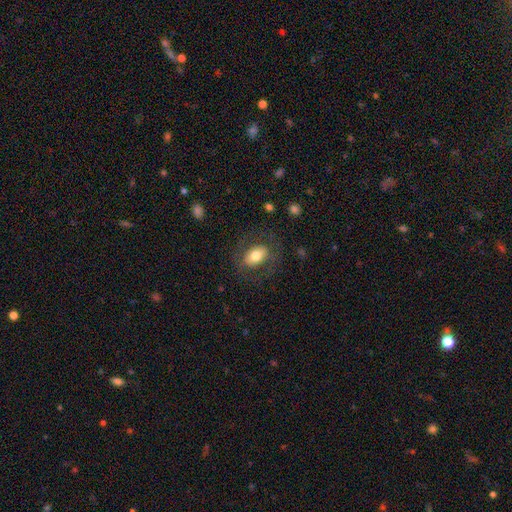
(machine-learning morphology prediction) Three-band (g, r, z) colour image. It shows a smooth galaxy with no disk features (64%) that is in between round and cigar-shaped (81%). Merging: none (74%).